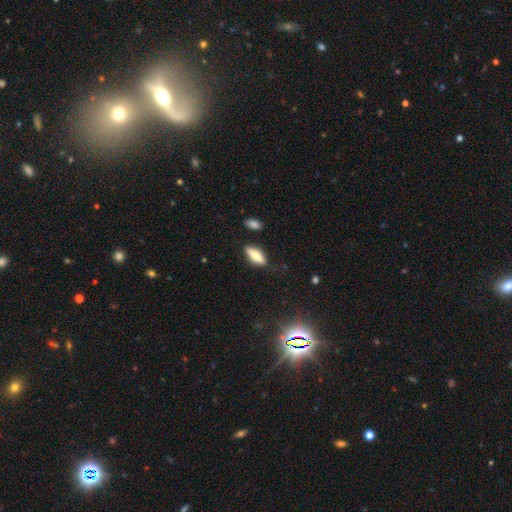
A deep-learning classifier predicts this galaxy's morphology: smooth-or-featured: smooth: 64% | featured or disk: 29% | star or artifact: 7%
  how-rounded: in between: 61% | cigar-shaped: 36% | round: 3%
  merging: none: 81% | minor disturbance: 13% | major disturbance: 3% | merger: 3%